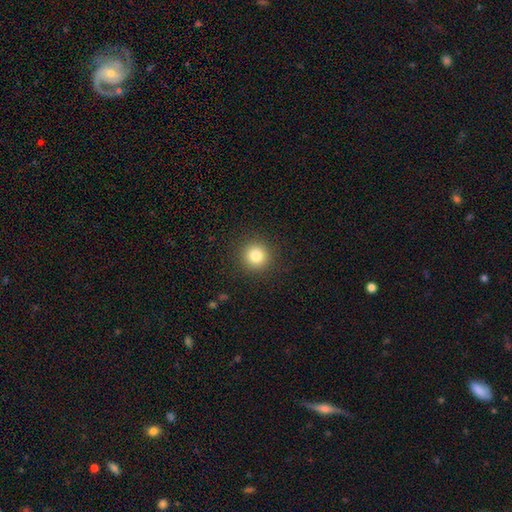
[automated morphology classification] Smooth or featured? Predicted: smooth (p=0.83). How rounded? Predicted: round (p=0.94). Merging? Predicted: none (p=0.91).